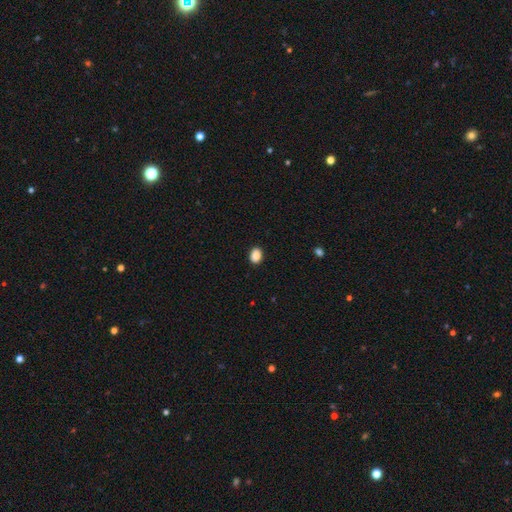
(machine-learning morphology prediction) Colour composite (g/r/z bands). It shows a smooth galaxy with no disk features (89%) that is in between round and cigar-shaped (68%). Merging: none (90%).